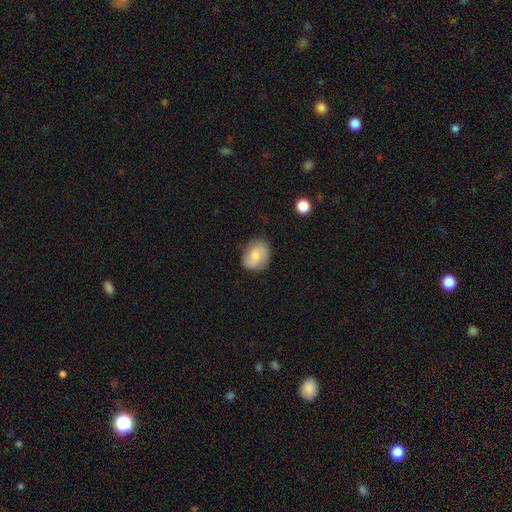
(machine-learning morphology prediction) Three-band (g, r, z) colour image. It shows a smooth galaxy with no disk features (55%) that is in between round and cigar-shaped (59%). Merging: none (77%).